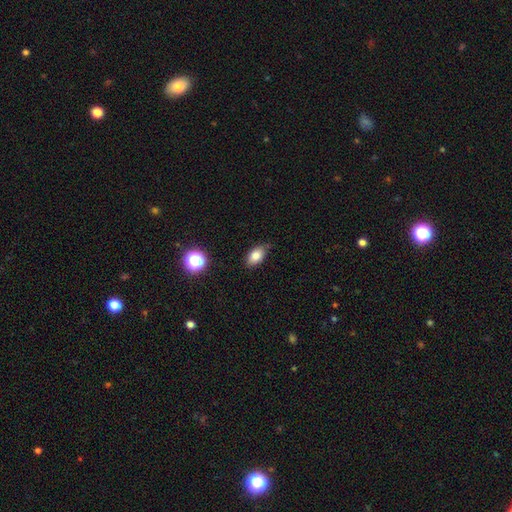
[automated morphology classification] smooth_or_featured: smooth (p=0.81) [alt: star or artifact p=0.10]
how_rounded: in between (p=0.88) [alt: round p=0.10]
merging: none (p=0.73) [alt: minor disturbance p=0.22]